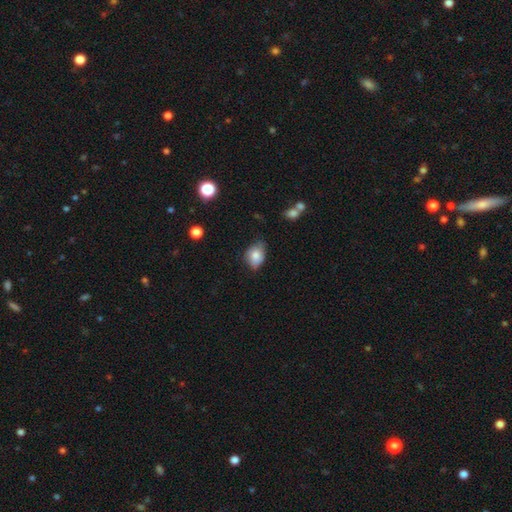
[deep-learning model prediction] Morphology: type=smooth (75%); roundness=in between (73%); merging=none (55%).